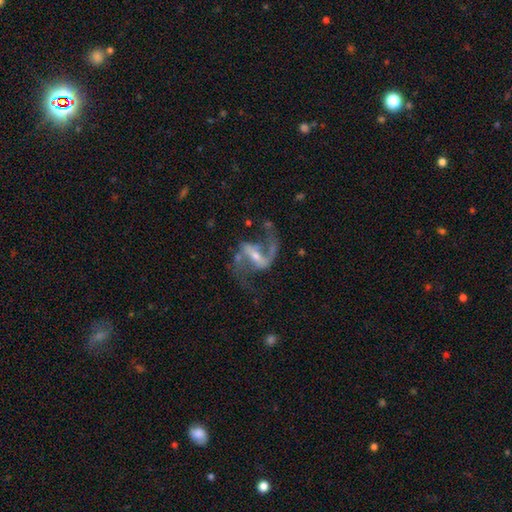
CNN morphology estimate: The model was most divided on "bulge size": small: 57%, moderate: 36%, none: 3%, large: 3%, dominant: 1%. More confident: edge-on disk — no (97%); spiral arms — yes (97%); spiral arm count — 2 (92%); smooth or featured — featured or disk (91%); merging — none (69%); bar — strong (59%); spiral winding — loose (59%).